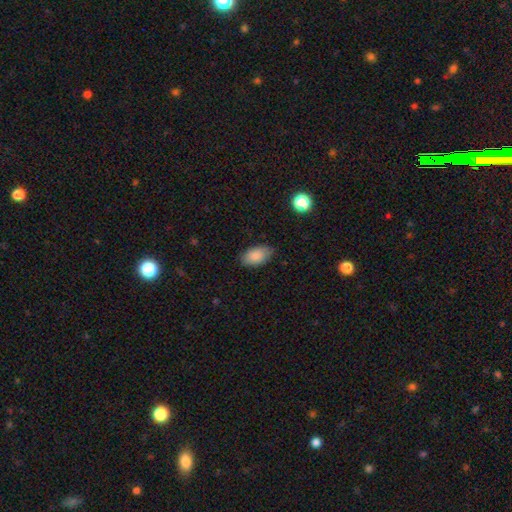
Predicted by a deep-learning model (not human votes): Smooth or featured?
  - smooth: 87% *
  - star or artifact: 7%
  - featured or disk: 6%
How rounded?
  - in between: 93% *
  - round: 5%
  - cigar-shaped: 2%
Merging?
  - none: 82% *
  - minor disturbance: 15%
  - major disturbance: 3%
  - merger: 1%